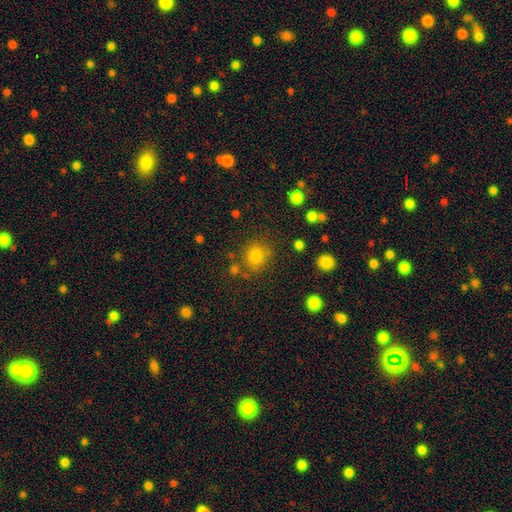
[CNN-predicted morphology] Smooth or featured?
  - smooth: 80% *
  - star or artifact: 14%
  - featured or disk: 7%
How rounded?
  - round: 85% *
  - in between: 15%
  - cigar-shaped: 1%
Merging?
  - none: 77% *
  - minor disturbance: 12%
  - merger: 7%
  - major disturbance: 5%